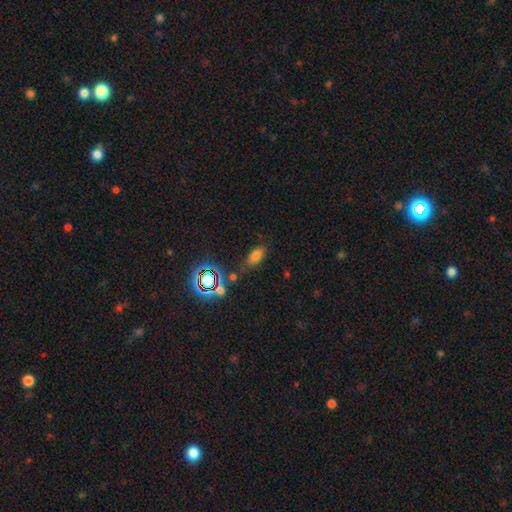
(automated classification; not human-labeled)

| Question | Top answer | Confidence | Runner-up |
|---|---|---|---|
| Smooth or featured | smooth | 69% | star or artifact (22%) |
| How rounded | in between | 86% | round (8%) |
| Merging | none | 76% | minor disturbance (14%) |